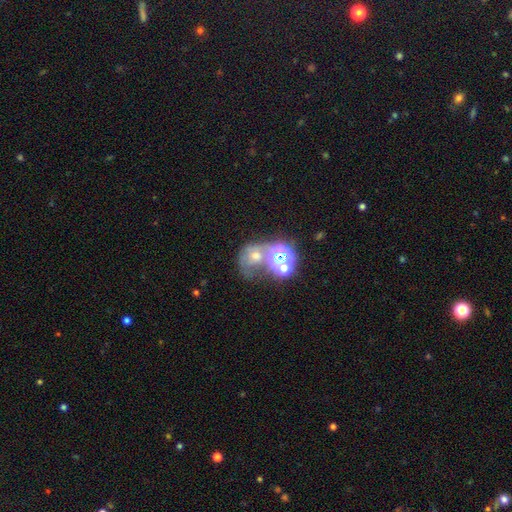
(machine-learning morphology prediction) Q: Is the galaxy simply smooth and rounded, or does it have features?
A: smooth — 37%.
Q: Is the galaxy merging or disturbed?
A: merger — 42%.